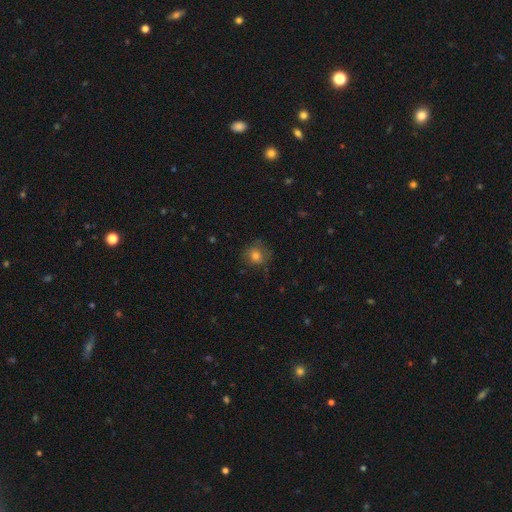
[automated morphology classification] The model was most divided on "merging": none: 74%, minor disturbance: 18%, major disturbance: 7%, merger: 1%. More confident: how rounded — round (82%); smooth or featured — smooth (77%).